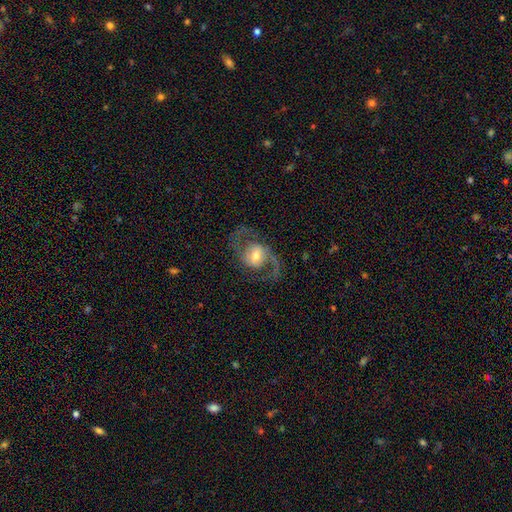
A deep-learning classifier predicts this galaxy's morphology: A featured or disk galaxy (81%) with no bar (42%), 2 (90%) medium (49%) spiral arms (91%) and a moderate central bulge (60%). Merging: none (71%).